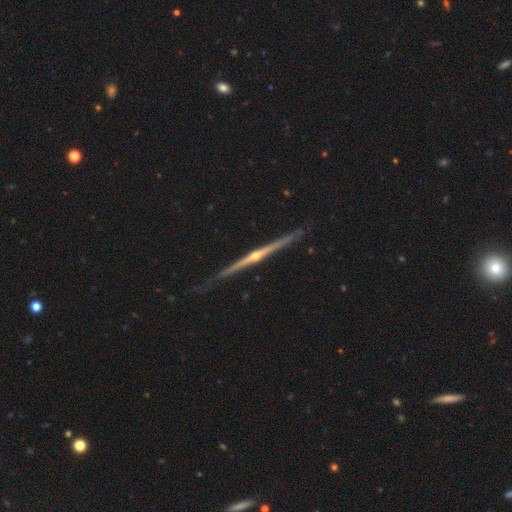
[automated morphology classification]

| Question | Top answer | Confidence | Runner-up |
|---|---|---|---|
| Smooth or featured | featured or disk | 87% | smooth (8%) |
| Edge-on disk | yes | 98% | no (2%) |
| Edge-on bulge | rounded | 87% | none (11%) |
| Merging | none | 84% | minor disturbance (13%) |